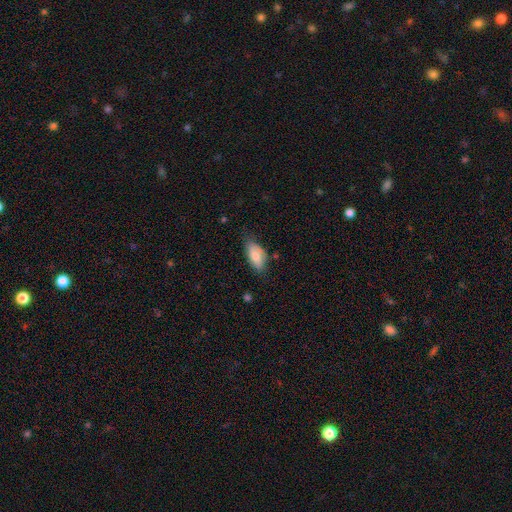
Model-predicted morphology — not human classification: Smooth or featured? smooth (78%)
How rounded? in between (91%)
Merging? none (65%)